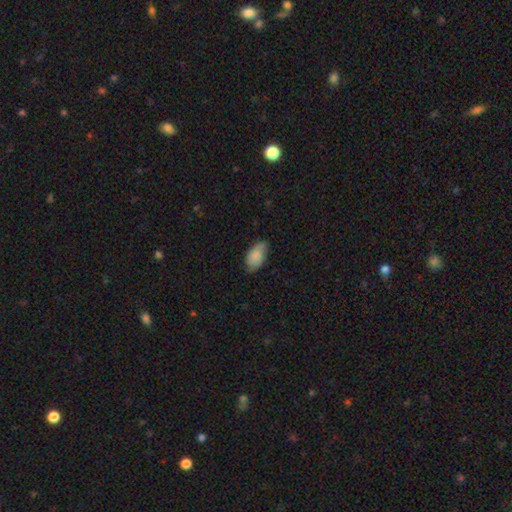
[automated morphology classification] A smooth galaxy with no disk features (75%) that is in between round and cigar-shaped (94%). Merging: none (69%).